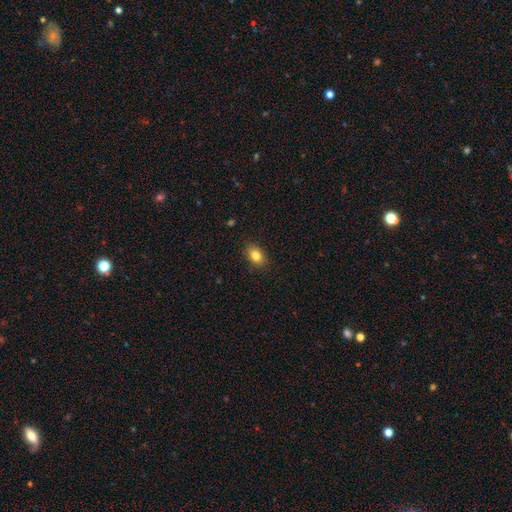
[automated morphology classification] A smooth galaxy with no disk features (83%) that is in between round and cigar-shaped (82%).

Vote fractions:
- Smooth or featured? smooth: 83% / star or artifact: 9% / featured or disk: 8%
- How rounded? in between: 82% / round: 16% / cigar-shaped: 2%
- Merging? none: 87% / minor disturbance: 10% / major disturbance: 2% / merger: 1%